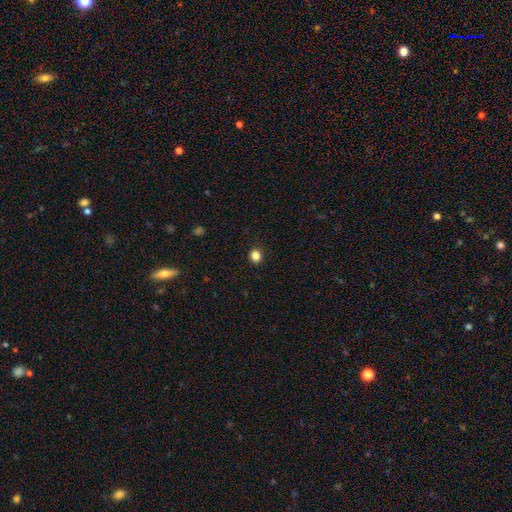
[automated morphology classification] Smooth or featured? smooth (84%)
How rounded? round (85%)
Merging? none (91%)